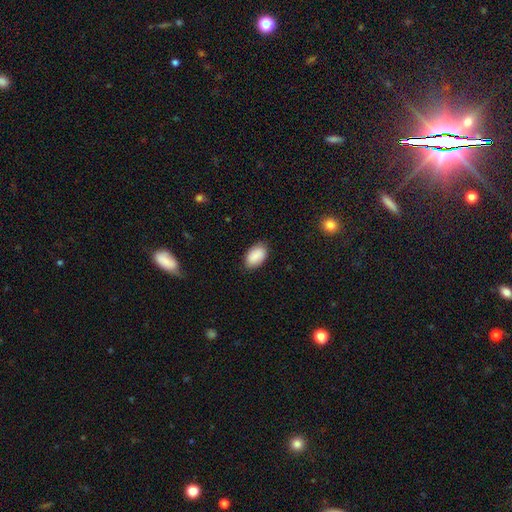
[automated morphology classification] This appears to be a smooth galaxy with no disk features (89%) that is in between round and cigar-shaped (93%). Merging: none (83%).